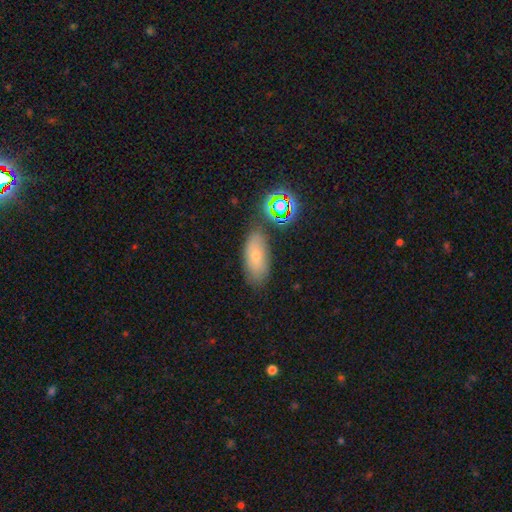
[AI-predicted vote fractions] smooth-or-featured: smooth: 65% | featured or disk: 20% | star or artifact: 15%
  how-rounded: in between: 86% | cigar-shaped: 9% | round: 5%
  merging: none: 74% | minor disturbance: 16% | merger: 6% | major disturbance: 4%